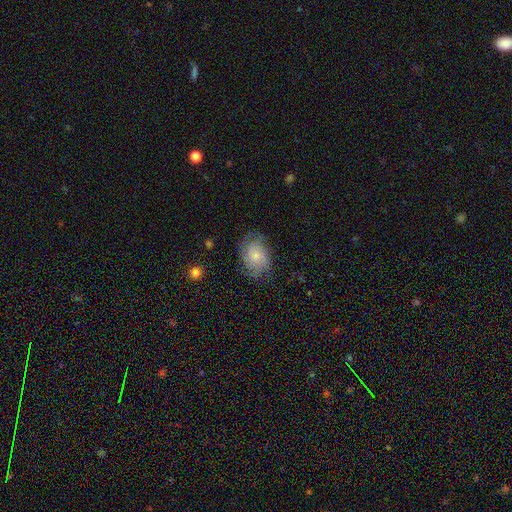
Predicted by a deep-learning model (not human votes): A featured or disk galaxy (47%). Merging: none (65%).